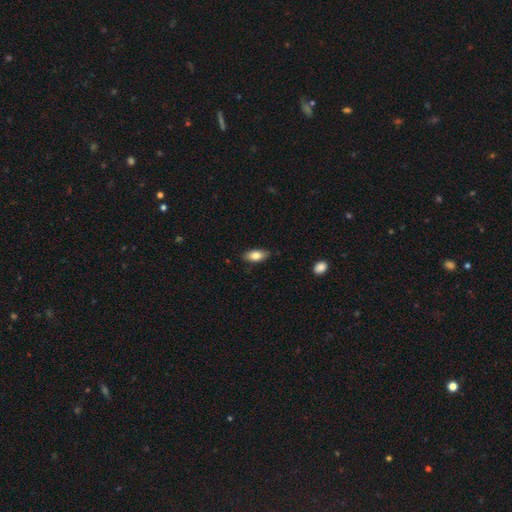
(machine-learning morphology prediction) A smooth galaxy with no disk features (79%) that is in between round and cigar-shaped (88%). Merging: none (85%).